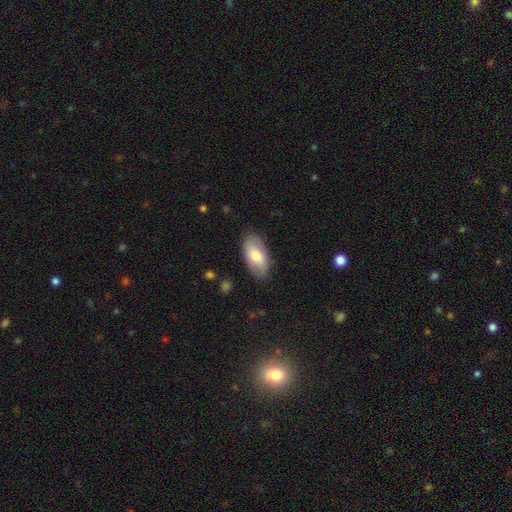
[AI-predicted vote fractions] smooth-or-featured: smooth: 70% | featured or disk: 25% | star or artifact: 6%
  how-rounded: in between: 94% | cigar-shaped: 3% | round: 3%
  merging: none: 84% | minor disturbance: 12% | major disturbance: 3% | merger: 1%